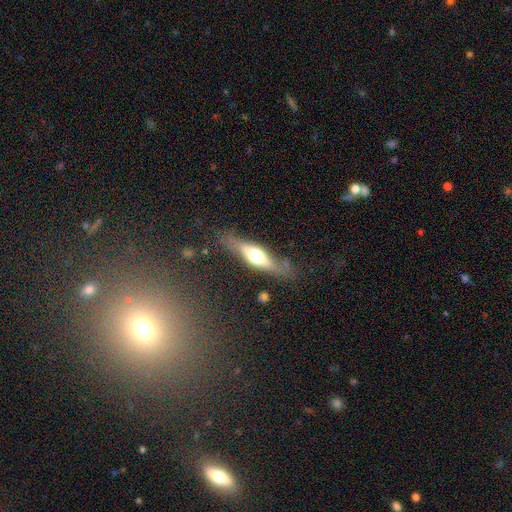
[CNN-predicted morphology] This is possibly a featured or disk galaxy (58%). It is clearly viewed edge-on (86%). Merging: likely none (72%).